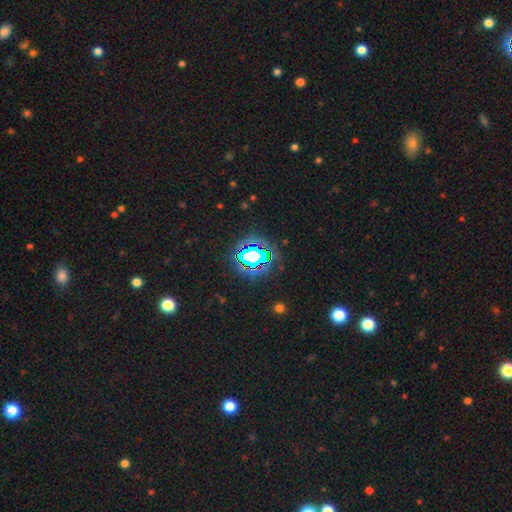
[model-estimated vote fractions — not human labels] Smooth or featured?
  - star or artifact: 75% *
  - smooth: 16%
  - featured or disk: 9%